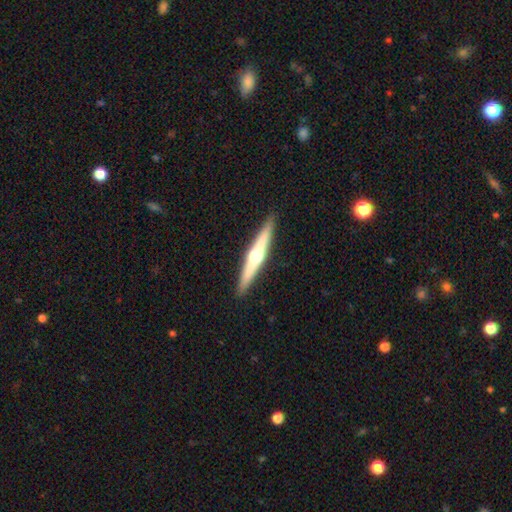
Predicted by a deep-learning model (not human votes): Smooth or featured? featured or disk (69%)
Edge-on disk? yes (98%)
Edge-on bulge? rounded (92%)
Merging? none (91%)